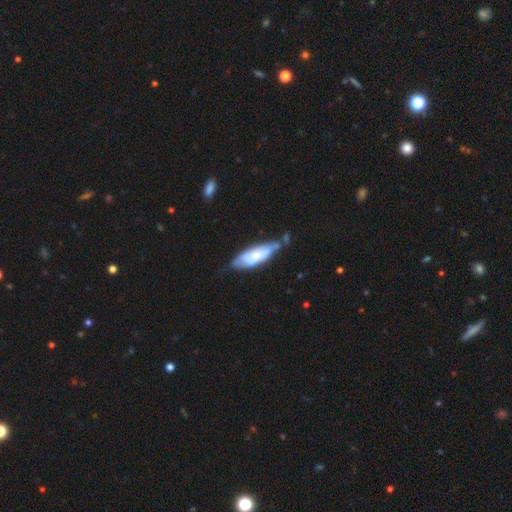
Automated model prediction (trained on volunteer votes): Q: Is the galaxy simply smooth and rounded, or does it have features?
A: smooth — 48%.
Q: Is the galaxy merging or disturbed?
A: none — 44%.